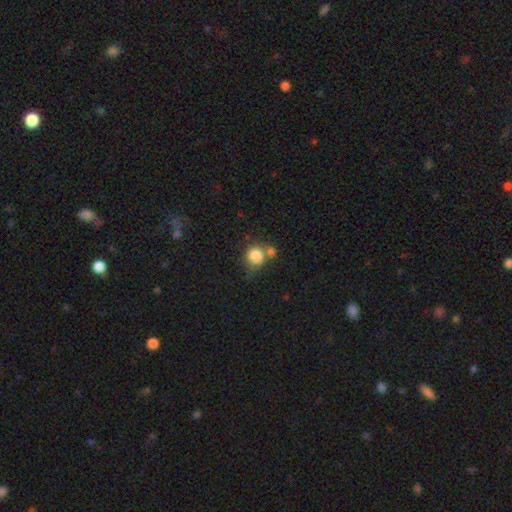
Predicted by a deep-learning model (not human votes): Smooth or featured? Predicted: smooth (p=0.82). How rounded? Predicted: round (p=0.84). Merging? Predicted: none (p=0.49).